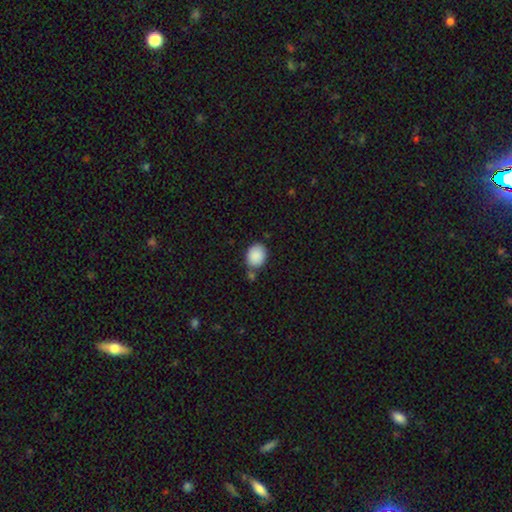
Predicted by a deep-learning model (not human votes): The model was most divided on "how rounded": round: 54%, in between: 45%, cigar-shaped: 1%. More confident: smooth or featured — smooth (89%); merging — none (68%).